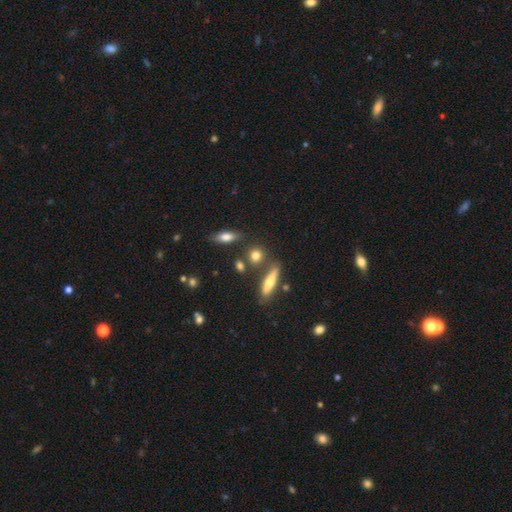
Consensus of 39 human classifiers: A smooth galaxy with no disk features (82%) that is round (72%).

Vote fractions:
- Smooth or featured? smooth: 82% / star or artifact: 10% / featured or disk: 8%
- How rounded? round: 72% / cigar-shaped: 16% / in between: 12%
- Merging? none: 77% / merger: 11% / minor disturbance: 9% / major disturbance: 3%